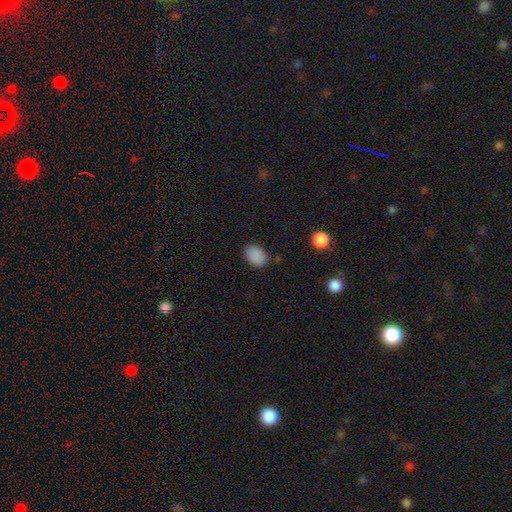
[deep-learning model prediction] This is clearly a smooth galaxy (88%). How rounded: clearly in between (81%). Merging: clearly none (83%).